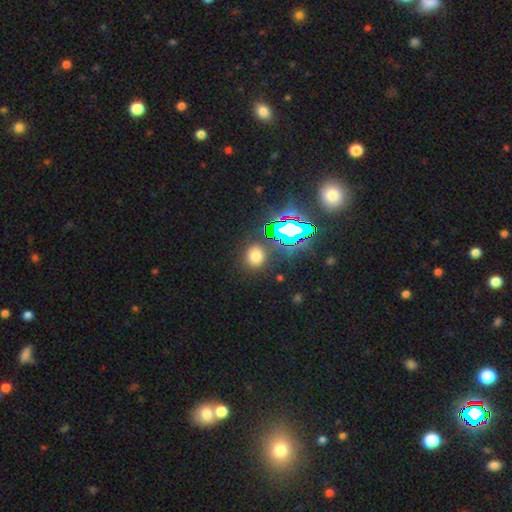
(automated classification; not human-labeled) Smooth or featured: smooth — 63% (star or artifact — 30%)
How rounded: round — 75% (in between — 24%)
Merging: none — 86% (minor disturbance — 8%)